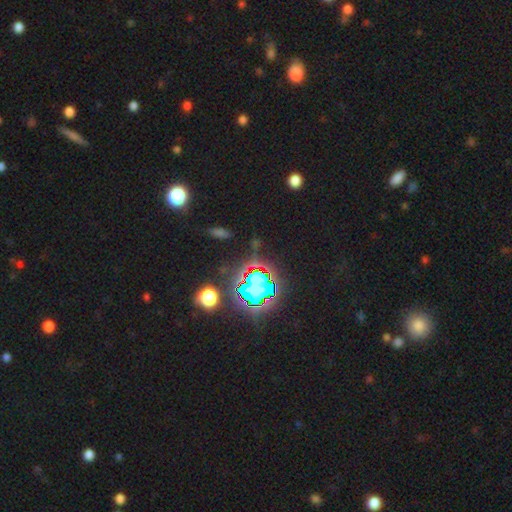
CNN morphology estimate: The model was most divided on "smooth or featured": star or artifact: 80%, smooth: 12%, featured or disk: 8%.